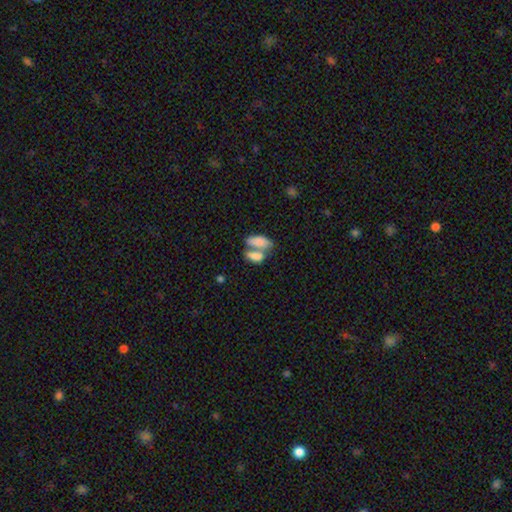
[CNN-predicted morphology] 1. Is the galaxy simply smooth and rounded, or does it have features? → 79% smooth, 14% featured or disk, 7% star or artifact.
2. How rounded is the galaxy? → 89% in between, 7% cigar-shaped, 5% round.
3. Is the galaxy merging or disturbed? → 66% merger, 22% none, 7% minor disturbance, 5% major disturbance.